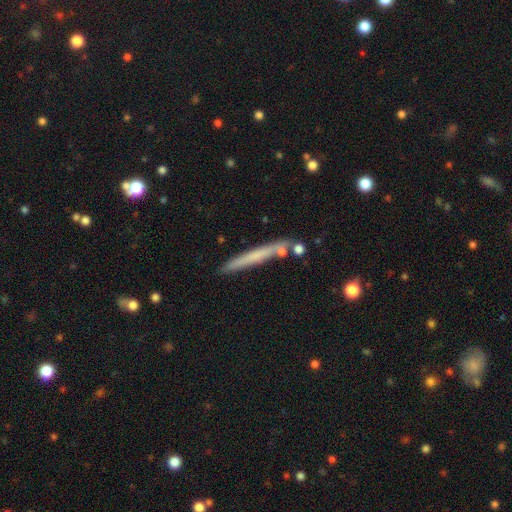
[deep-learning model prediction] This is possibly a smooth galaxy (55%). How rounded: clearly cigar-shaped (97%). Merging: clearly none (83%).